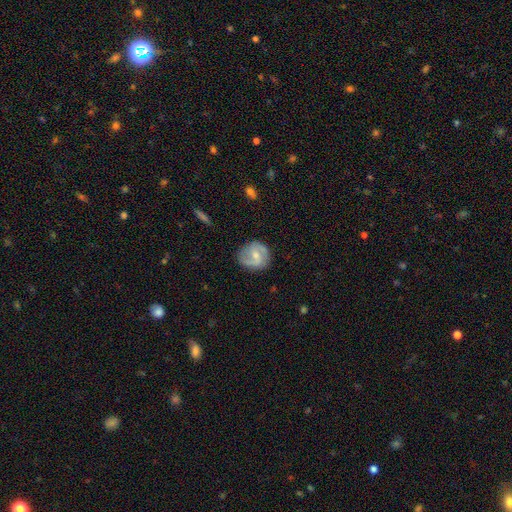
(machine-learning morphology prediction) featured or disk 72%, smooth 22%, star or artifact 6%. Down the decision tree: edge-on disk — no (98%); bar — weak (51%); spiral arms — yes (92%); spiral arm count — 2 (85%); spiral winding — medium (50%); bulge size — moderate (47%); merging — none (78%).